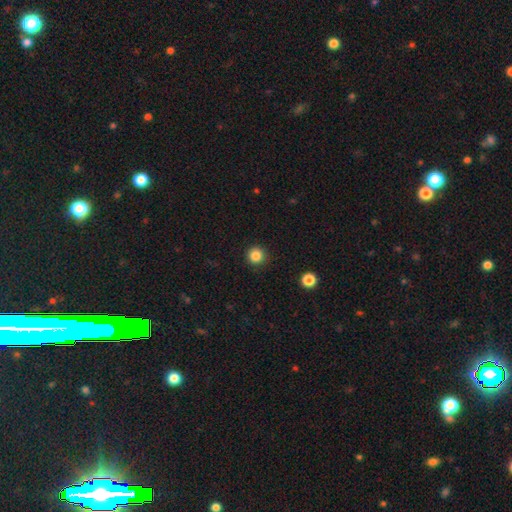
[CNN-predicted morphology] Smooth or featured?
  - smooth: 85% *
  - star or artifact: 11%
  - featured or disk: 4%
How rounded?
  - round: 95% *
  - in between: 4%
  - cigar-shaped: 1%
Merging?
  - none: 91% *
  - minor disturbance: 6%
  - major disturbance: 2%
  - merger: 1%